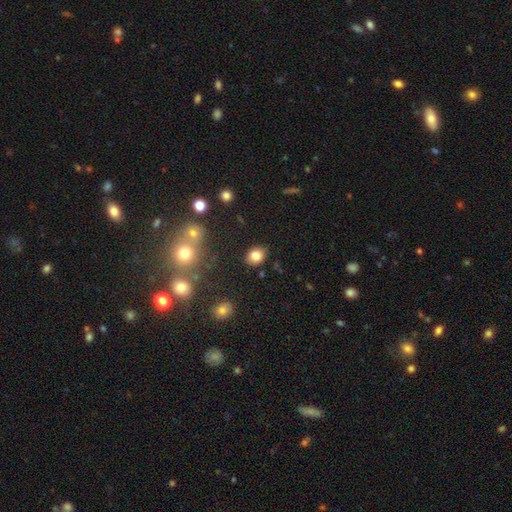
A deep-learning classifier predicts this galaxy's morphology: This appears to be a smooth galaxy with no disk features (82%) that is round (55%). Merging: none (86%).